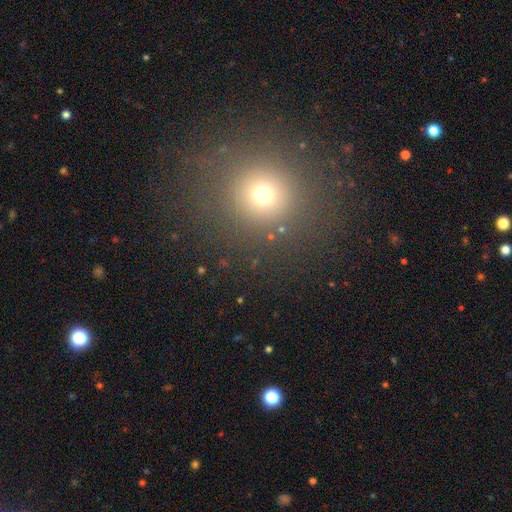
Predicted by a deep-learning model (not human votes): Smooth or featured: smooth — 62% (star or artifact — 29%)
How rounded: round — 89% (in between — 10%)
Merging: none — 89% (minor disturbance — 6%)